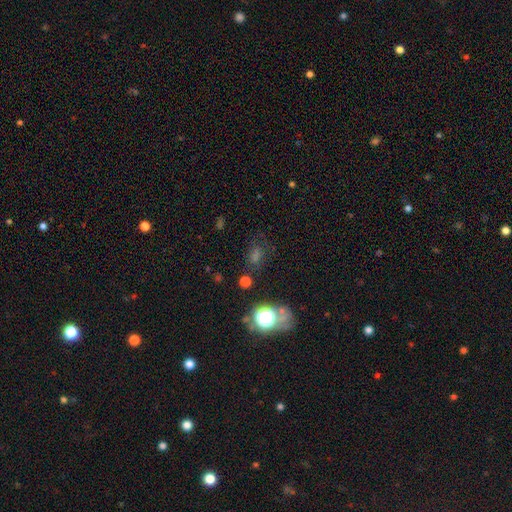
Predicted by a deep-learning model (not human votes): This appears to be a star or artifact, not a galaxy (46%).